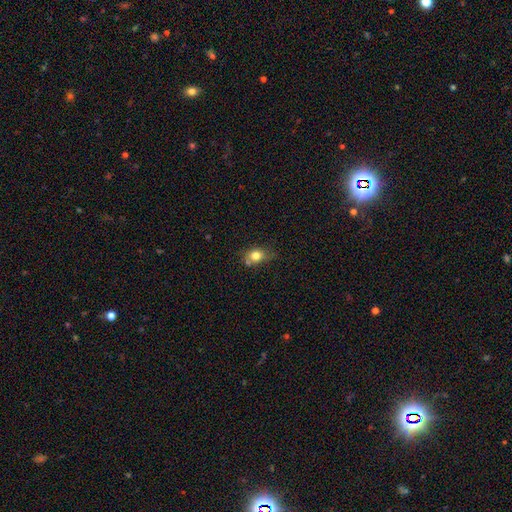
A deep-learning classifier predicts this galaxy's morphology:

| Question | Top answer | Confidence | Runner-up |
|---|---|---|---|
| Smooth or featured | smooth | 78% | featured or disk (12%) |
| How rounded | round | 50% | in between (48%) |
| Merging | none | 53% | minor disturbance (26%) |